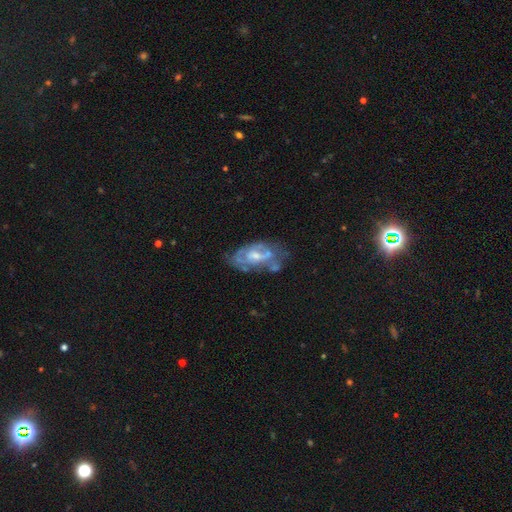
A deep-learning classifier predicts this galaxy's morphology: This appears to be a featured or disk galaxy (71%) with no bar (56%), spiral arms (52%) and a moderate central bulge (49%). Merging: none (45%).